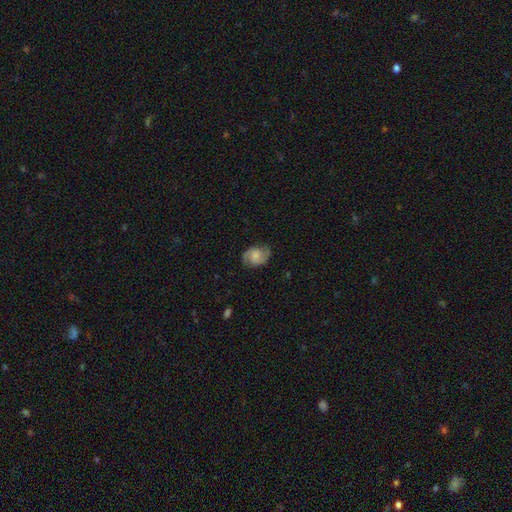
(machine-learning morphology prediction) Smooth or featured? featured or disk (79%)
Edge-on disk? no (98%)
Bar? no (53%)
Spiral arms? yes (97%)
Spiral winding? medium (55%)
Spiral arm count? 2 (92%)
Bulge size? moderate (35%)
Merging? none (81%)